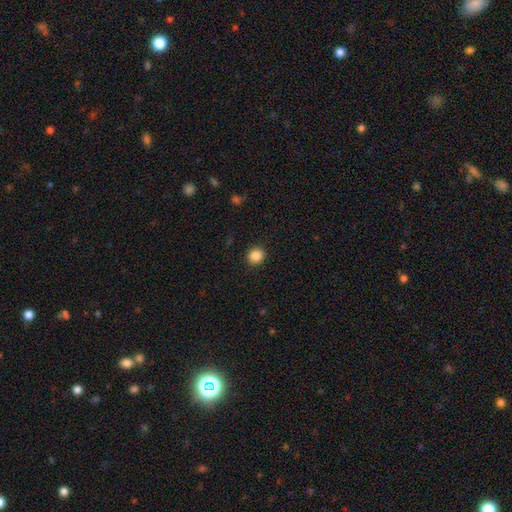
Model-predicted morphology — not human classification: Smooth or featured? Predicted: smooth (p=0.87). How rounded? Predicted: round (p=0.87). Merging? Predicted: none (p=0.91).